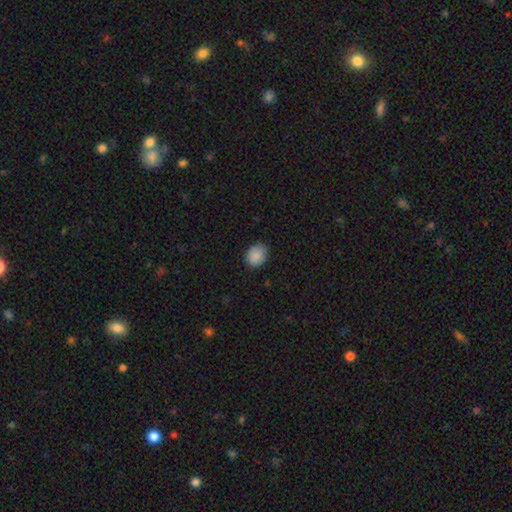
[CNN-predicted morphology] Smooth or featured?
  - smooth: 88% *
  - star or artifact: 8%
  - featured or disk: 4%
How rounded?
  - in between: 50% *
  - round: 49%
  - cigar-shaped: 1%
Merging?
  - none: 83% *
  - minor disturbance: 14%
  - major disturbance: 2%
  - merger: 1%